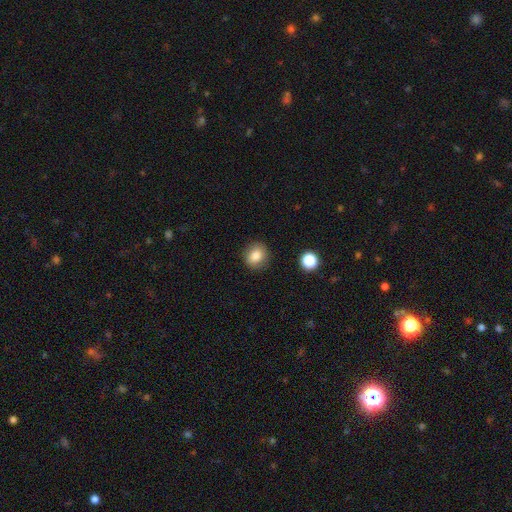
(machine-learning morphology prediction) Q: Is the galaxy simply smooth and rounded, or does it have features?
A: smooth — 83%.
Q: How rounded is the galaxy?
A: round — 80%.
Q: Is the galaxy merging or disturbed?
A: none — 87%.